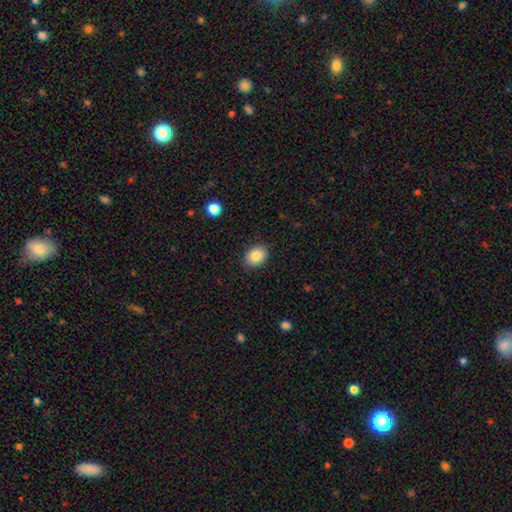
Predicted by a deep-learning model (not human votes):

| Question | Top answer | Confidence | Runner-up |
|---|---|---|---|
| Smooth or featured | smooth | 86% | star or artifact (8%) |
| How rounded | in between | 60% | round (40%) |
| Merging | none | 89% | minor disturbance (8%) |